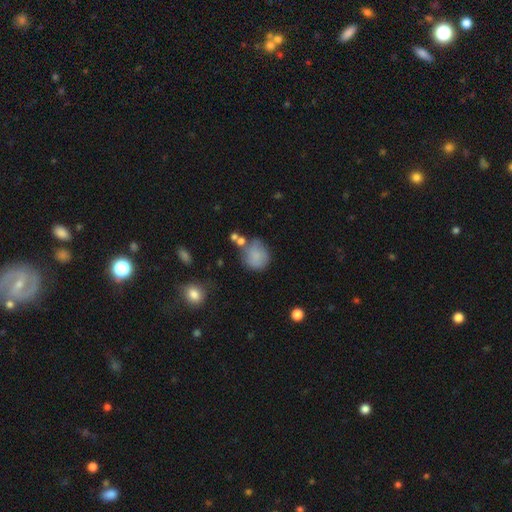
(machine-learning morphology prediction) type=smooth (75%); roundness=round (74%); merging=none (49%).